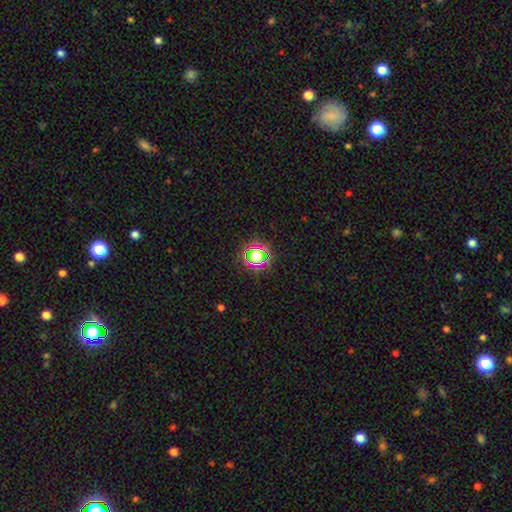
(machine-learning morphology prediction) star or artifact 55%, smooth 34%, featured or disk 11%.